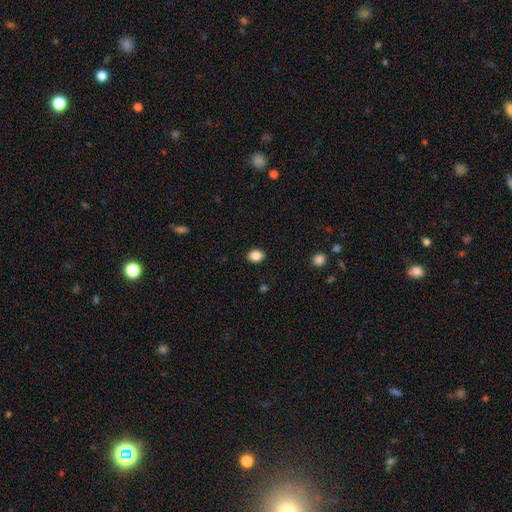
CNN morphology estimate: Overall: smooth (87%). How rounded: in between (63%; round 37%). Merging: none (89%).